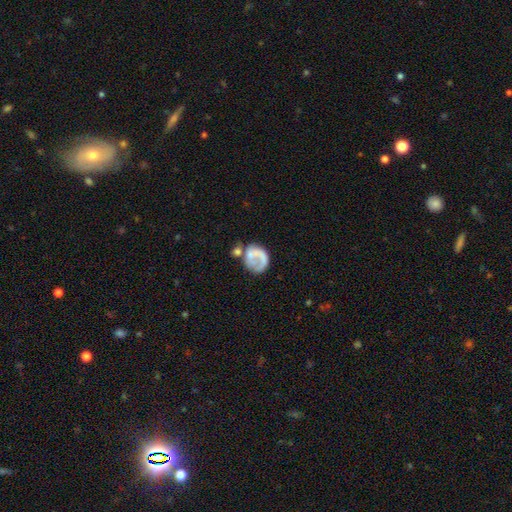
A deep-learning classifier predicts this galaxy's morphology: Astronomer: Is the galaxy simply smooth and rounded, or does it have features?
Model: featured or disk — 47% (runner-up: smooth, 44%).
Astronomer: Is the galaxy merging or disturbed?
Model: none — 34% (runner-up: major disturbance, 28%).